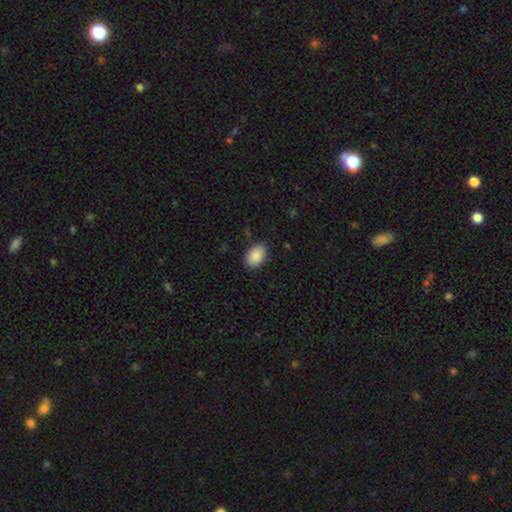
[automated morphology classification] The model was most divided on "merging": none: 84%, minor disturbance: 12%, major disturbance: 3%, merger: 1%. More confident: smooth or featured — smooth (90%); how rounded — in between (89%).